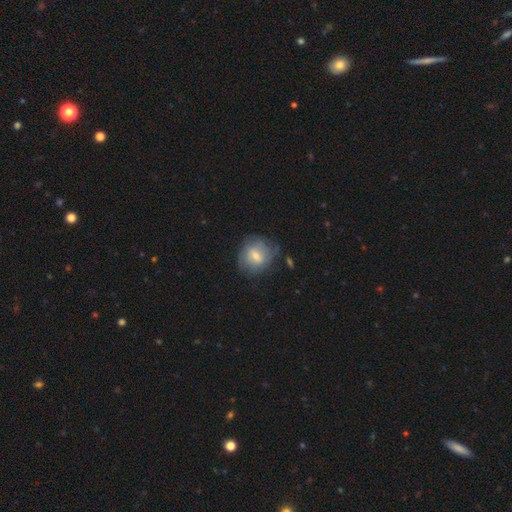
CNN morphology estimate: type=smooth (59%); roundness=round (75%); merging=none (61%).